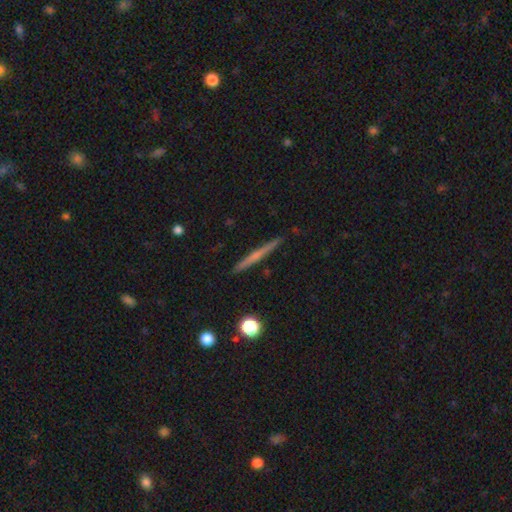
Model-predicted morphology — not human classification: type=featured or disk (52%); edge-on=yes (98%); edge-on bulge=none (69%); merging=none (91%).